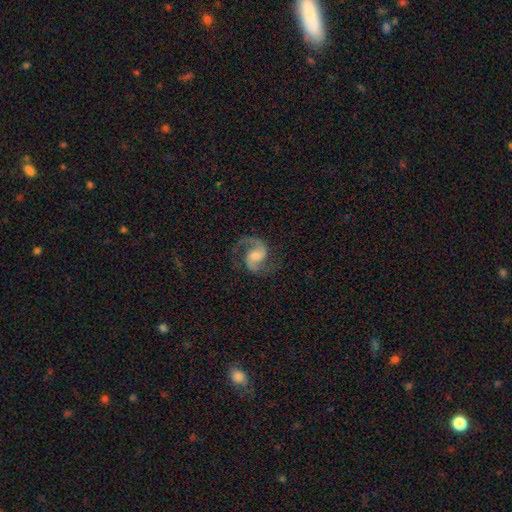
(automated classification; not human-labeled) Smooth or featured: featured or disk — 91% (star or artifact — 5%)
Edge-on disk: no — 98% (yes — 2%)
Bar: no — 49% (weak — 41%)
Spiral arms: yes — 98% (no — 2%)
Spiral winding: medium — 59% (loose — 29%)
Spiral arm count: 2 — 92% (1 — 3%)
Bulge size: moderate — 48% (small — 29%)
Merging: none — 77% (minor disturbance — 13%)